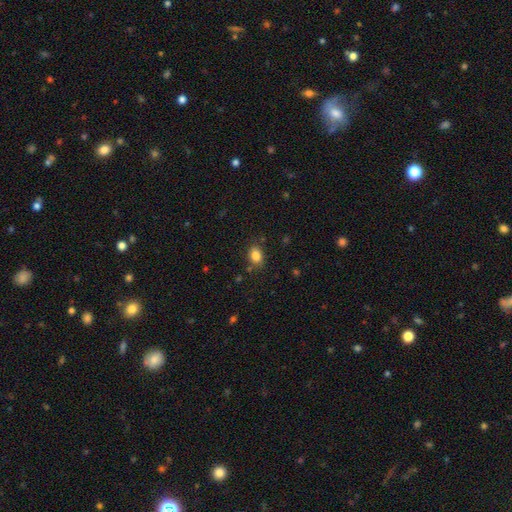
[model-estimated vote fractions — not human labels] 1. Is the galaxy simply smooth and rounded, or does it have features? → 84% smooth, 10% star or artifact, 6% featured or disk.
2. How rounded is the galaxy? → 71% in between, 28% round, 1% cigar-shaped.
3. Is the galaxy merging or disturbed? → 80% none, 13% minor disturbance, 4% major disturbance, 3% merger.